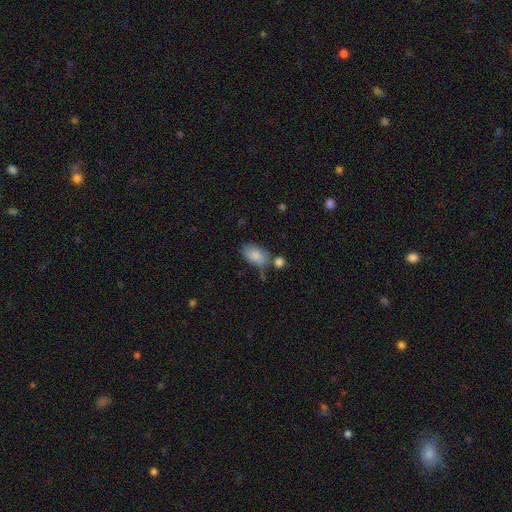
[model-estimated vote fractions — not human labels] smooth_or_featured: smooth (p=0.83) [alt: featured or disk p=0.10]
how_rounded: in between (p=0.93) [alt: round p=0.05]
merging: none (p=0.55) [alt: minor disturbance p=0.22]